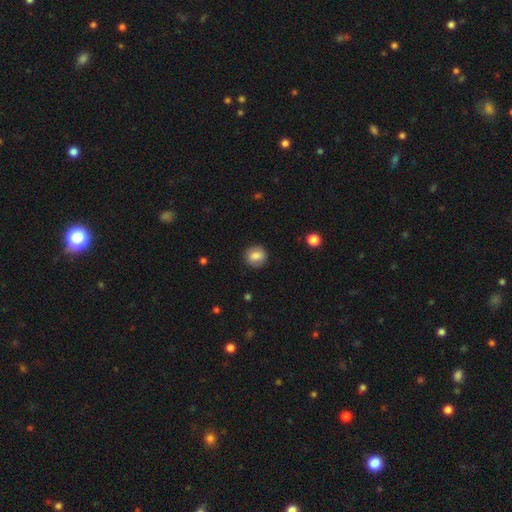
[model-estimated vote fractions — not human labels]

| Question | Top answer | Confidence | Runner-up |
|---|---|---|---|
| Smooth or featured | smooth | 81% | featured or disk (11%) |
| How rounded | round | 82% | in between (17%) |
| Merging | none | 86% | minor disturbance (10%) |